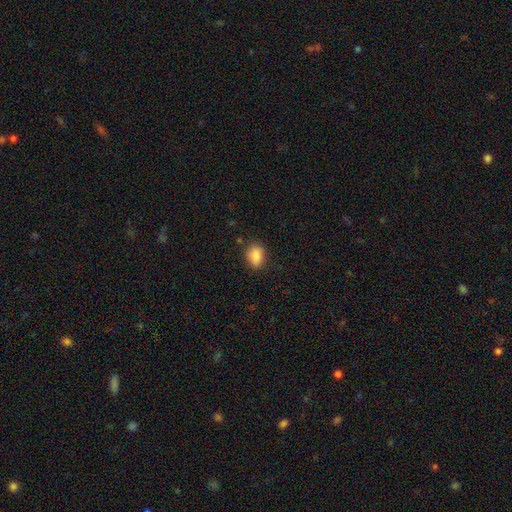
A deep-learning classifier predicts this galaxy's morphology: A smooth galaxy with no disk features (86%) that is in between round and cigar-shaped (77%). Merging: none (76%).